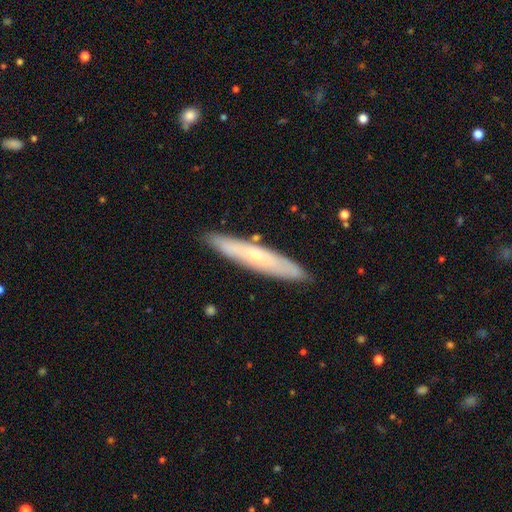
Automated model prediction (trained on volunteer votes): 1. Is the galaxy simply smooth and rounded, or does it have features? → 49% featured or disk, 45% smooth, 6% star or artifact.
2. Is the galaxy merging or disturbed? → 88% none, 9% minor disturbance, 2% major disturbance, 1% merger.